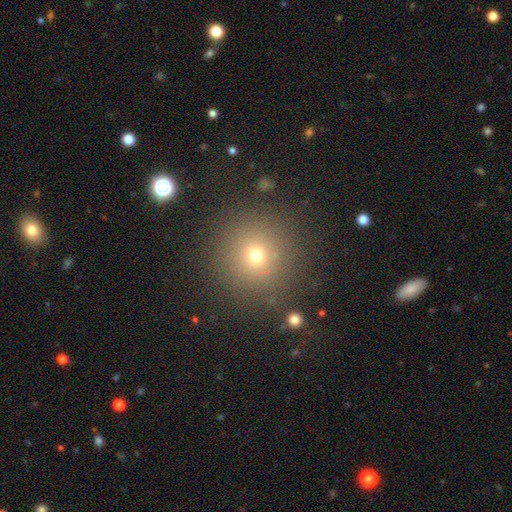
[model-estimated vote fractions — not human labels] smooth_or_featured: smooth (p=0.70) [alt: star or artifact p=0.21]
how_rounded: round (p=0.94) [alt: in between p=0.05]
merging: none (p=0.87) [alt: minor disturbance p=0.07]